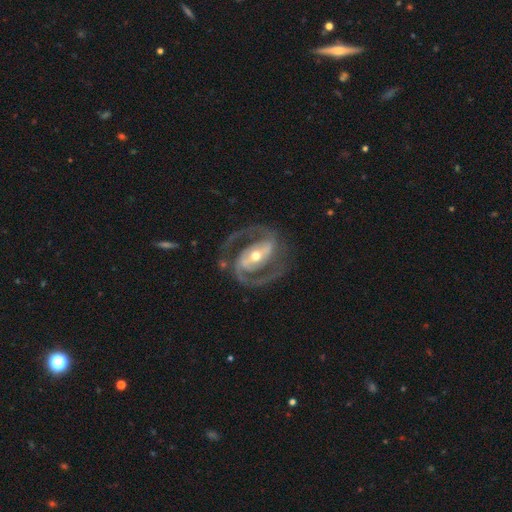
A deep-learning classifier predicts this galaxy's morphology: Smooth or featured?
  - featured or disk: 92% *
  - star or artifact: 4%
  - smooth: 4%
Edge-on disk?
  - no: 97% *
  - yes: 3%
Bar?
  - strong: 56% *
  - weak: 28%
  - no: 16%
Spiral arms?
  - yes: 98% *
  - no: 2%
Spiral winding?
  - medium: 57% *
  - tight: 32%
  - loose: 11%
Spiral arm count?
  - 2: 93% *
  - 3: 2%
  - can't tell: 2%
  - 1: 2%
  - 4: 1%
  - more than 4: 1%
Bulge size?
  - moderate: 62% *
  - small: 32%
  - large: 4%
  - none: 1%
  - dominant: 1%
Merging?
  - none: 78% *
  - minor disturbance: 13%
  - major disturbance: 8%
  - merger: 2%